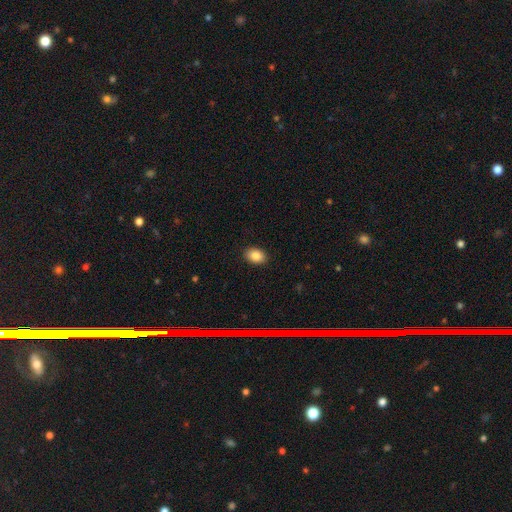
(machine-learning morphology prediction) Smooth or featured? smooth (86%)
How rounded? in between (78%)
Merging? none (90%)